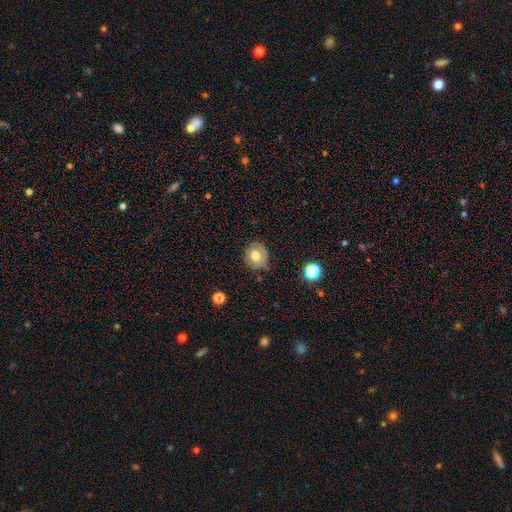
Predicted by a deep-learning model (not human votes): smooth 70%, featured or disk 20%, star or artifact 10%. Down the decision tree: how rounded — round (84%); merging — none (70%).